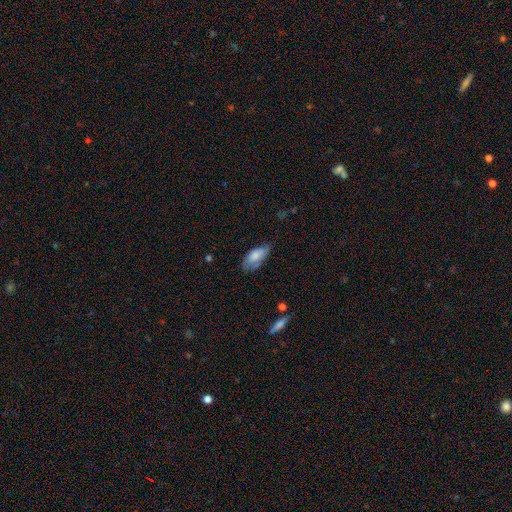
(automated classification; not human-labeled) Morphology: type=smooth (71%); roundness=in between (90%); merging=none (45%).